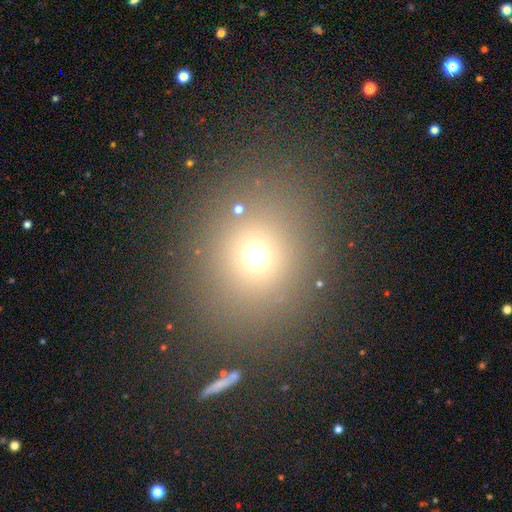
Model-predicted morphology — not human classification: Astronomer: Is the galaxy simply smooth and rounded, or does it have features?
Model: smooth — 67%.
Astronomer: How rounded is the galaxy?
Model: round — 77%.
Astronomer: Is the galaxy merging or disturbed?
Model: none — 81%.